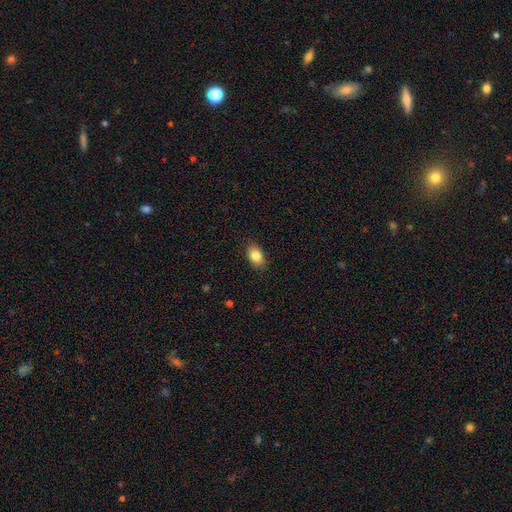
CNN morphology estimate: type=smooth (85%); roundness=in between (86%); merging=none (87%).